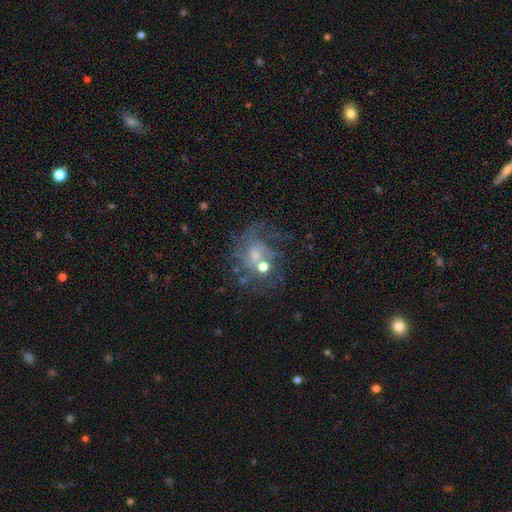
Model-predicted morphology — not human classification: Smooth or featured: featured or disk — 62% (smooth — 23%)
Edge-on disk: no — 97% (yes — 3%)
Bar: no — 75% (weak — 22%)
Spiral arms: yes — 67% (no — 33%)
Bulge size: moderate — 43% (small — 39%)
Merging: none — 37% (major disturbance — 30%)